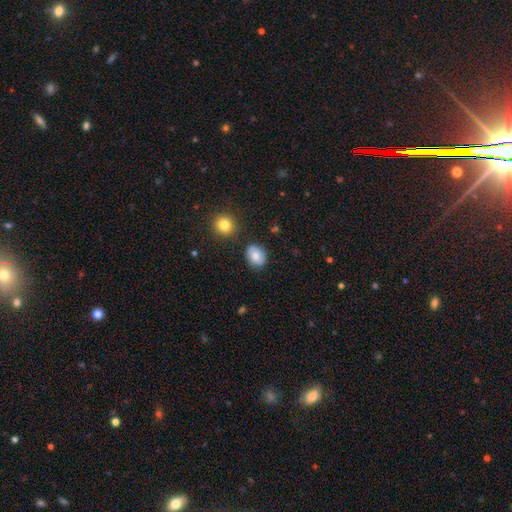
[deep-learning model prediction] Smooth or featured?
  - smooth: 78% *
  - featured or disk: 13%
  - star or artifact: 9%
How rounded?
  - in between: 59% *
  - round: 40%
  - cigar-shaped: 1%
Merging?
  - none: 82% *
  - minor disturbance: 12%
  - major disturbance: 3%
  - merger: 3%